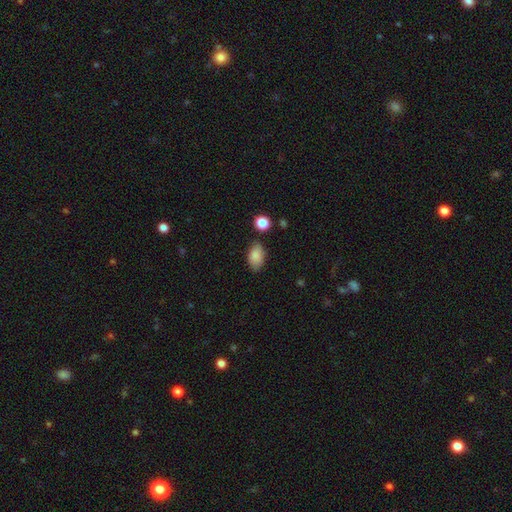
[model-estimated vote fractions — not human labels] smooth 86%, star or artifact 8%, featured or disk 6%. Down the decision tree: how rounded — in between (90%); merging — none (78%).